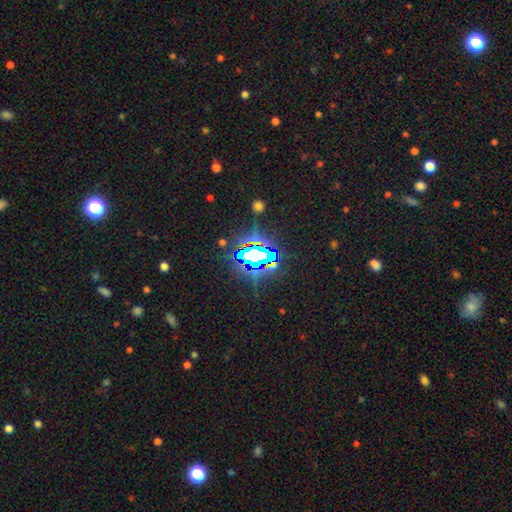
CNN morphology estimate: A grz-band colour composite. It shows a star or artifact, not a galaxy (75%).